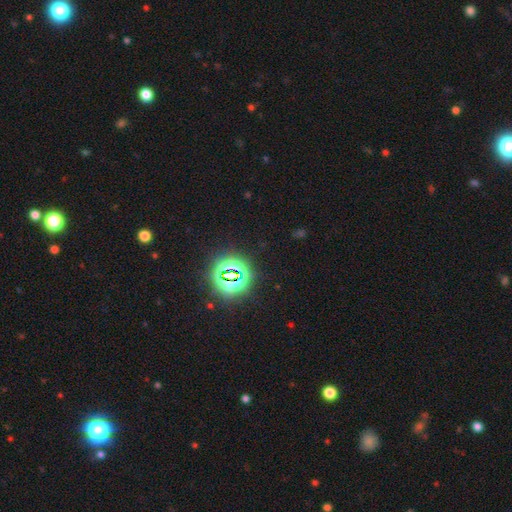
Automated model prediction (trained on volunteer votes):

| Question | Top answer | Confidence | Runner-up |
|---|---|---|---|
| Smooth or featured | star or artifact | 82% | smooth (12%) |